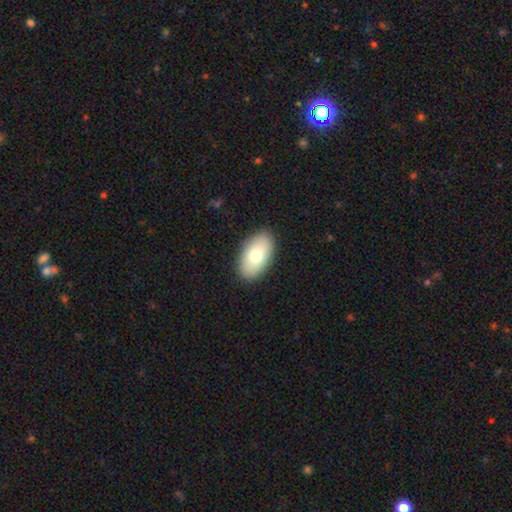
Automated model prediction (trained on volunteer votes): Overall: smooth (75%). How rounded: in between (94%). Merging: none (89%).